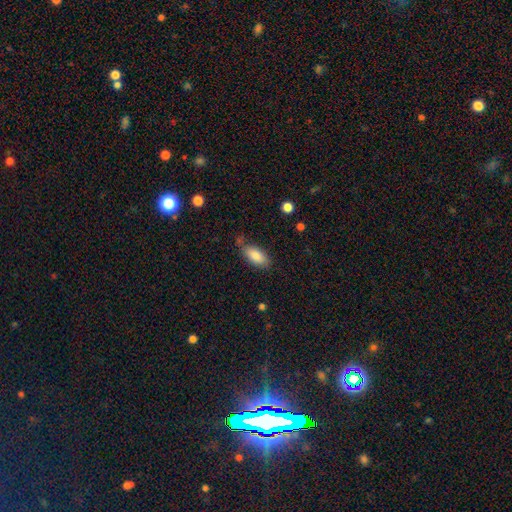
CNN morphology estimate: The model was most divided on "merging": none: 71%, minor disturbance: 19%, merger: 5%, major disturbance: 4%. More confident: how rounded — in between (90%); smooth or featured — smooth (85%).